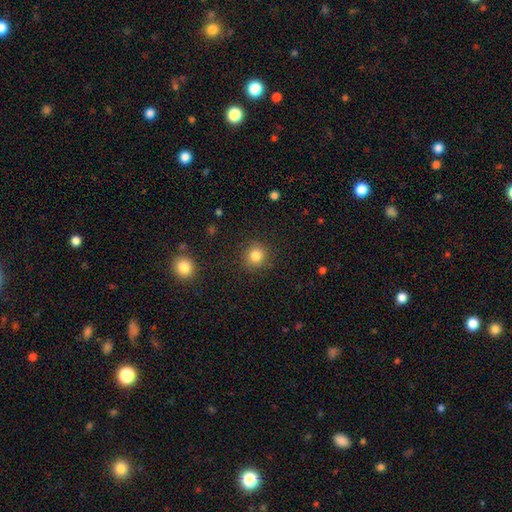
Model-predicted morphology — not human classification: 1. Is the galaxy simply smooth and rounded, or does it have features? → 83% smooth, 11% star or artifact, 6% featured or disk.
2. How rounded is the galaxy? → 90% round, 9% in between, 1% cigar-shaped.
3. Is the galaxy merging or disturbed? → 88% none, 8% minor disturbance, 3% major disturbance, 1% merger.